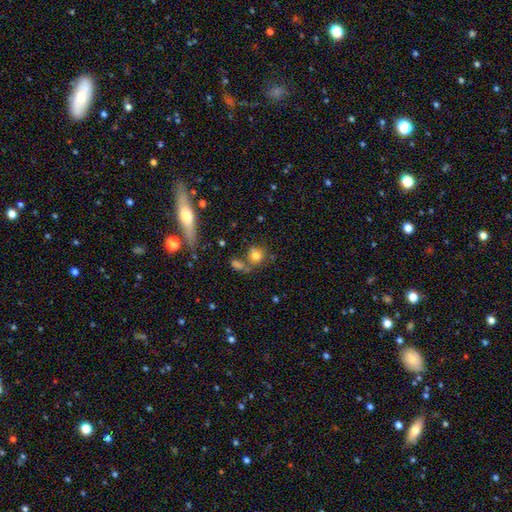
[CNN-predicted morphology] Smooth or featured? smooth (77%)
How rounded? round (79%)
Merging? none (61%)